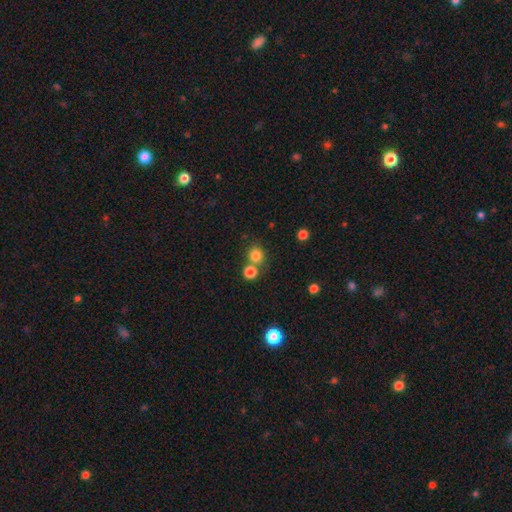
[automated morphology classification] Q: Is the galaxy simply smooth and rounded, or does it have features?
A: smooth — 81%.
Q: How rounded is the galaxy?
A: round — 86%.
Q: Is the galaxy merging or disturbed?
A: none — 64%.